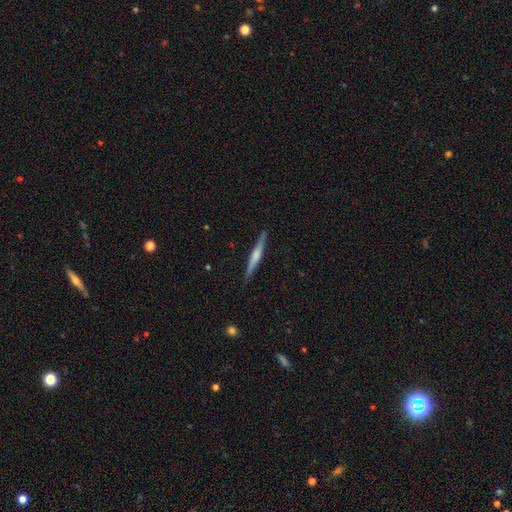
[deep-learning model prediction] Smooth or featured: featured or disk — 56% (smooth — 39%)
Edge-on disk: yes — 97% (no — 3%)
Edge-on bulge: rounded — 51% (none — 27%)
Merging: none — 89% (minor disturbance — 9%)